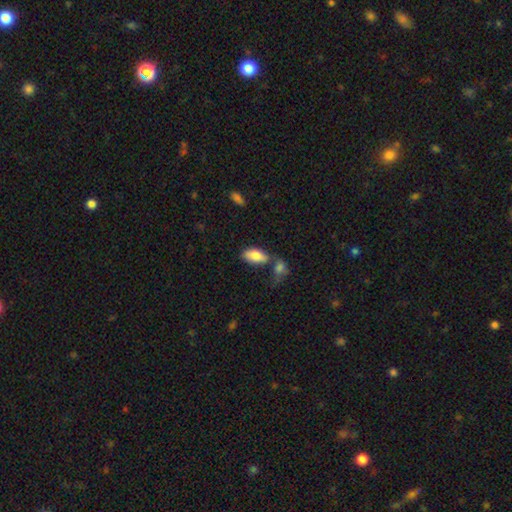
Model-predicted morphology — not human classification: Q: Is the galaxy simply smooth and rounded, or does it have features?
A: smooth — 80%.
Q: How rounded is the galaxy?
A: in between — 92%.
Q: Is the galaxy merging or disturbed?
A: none — 48%.